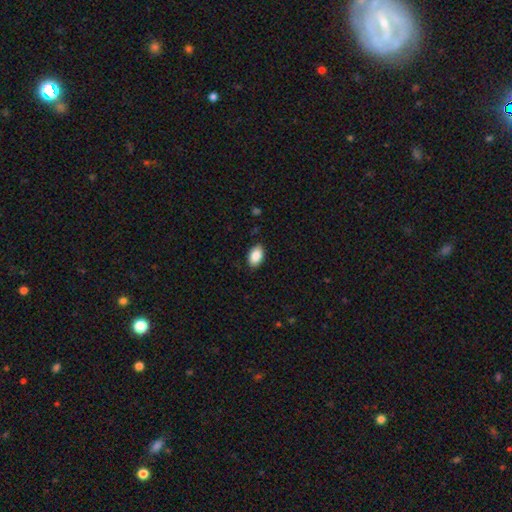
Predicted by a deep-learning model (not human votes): The model was most divided on "merging": none: 87%, minor disturbance: 10%, major disturbance: 2%, merger: 1%. More confident: how rounded — in between (92%); smooth or featured — smooth (88%).